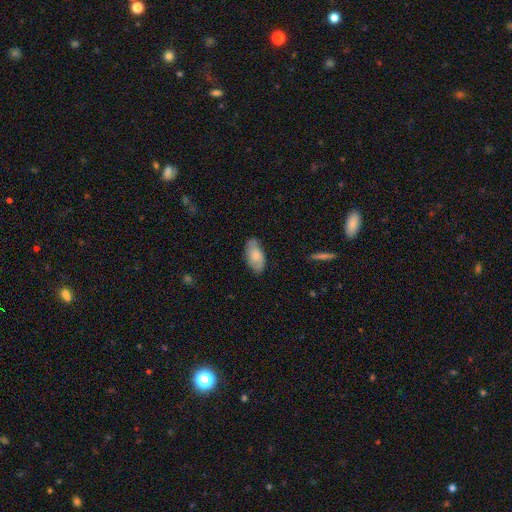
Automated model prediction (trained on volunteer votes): This appears to be a smooth galaxy with no disk features (75%) that is in between round and cigar-shaped (93%). Merging: none (78%).